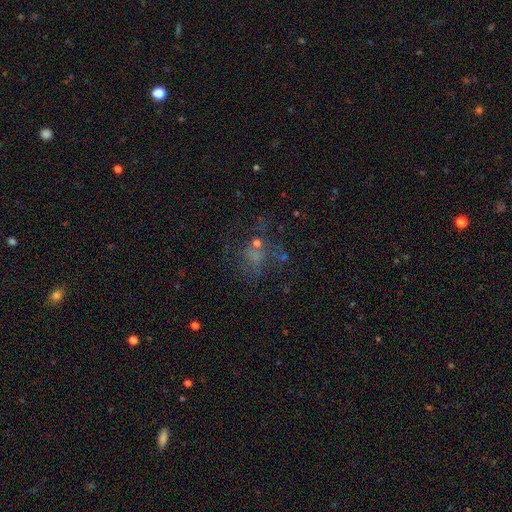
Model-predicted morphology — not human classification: A featured or disk galaxy (39%). Merging: none (50%).